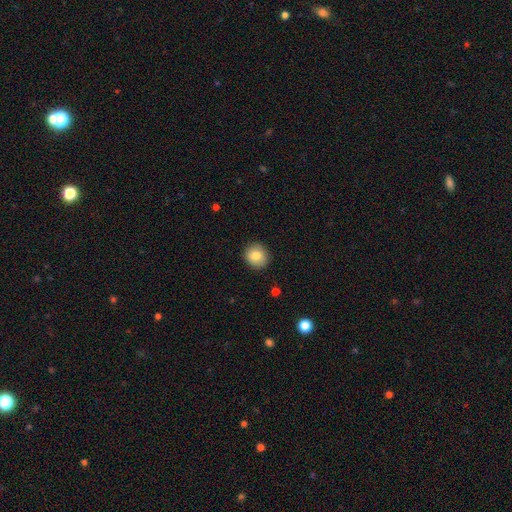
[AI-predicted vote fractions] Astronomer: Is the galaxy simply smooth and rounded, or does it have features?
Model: smooth — 81%.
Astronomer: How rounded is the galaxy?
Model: round — 87%.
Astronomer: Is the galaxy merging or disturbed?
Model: none — 90%.